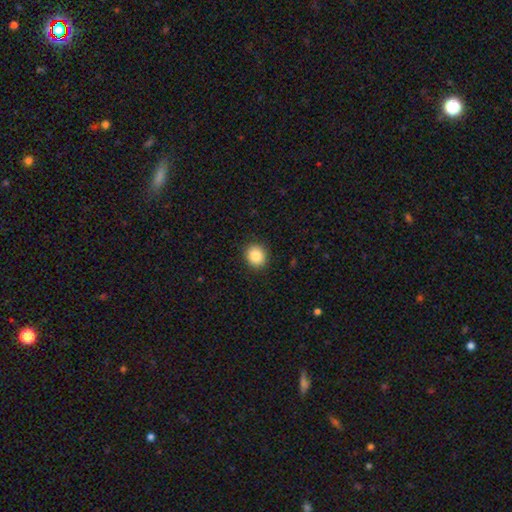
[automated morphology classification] Overall: smooth (85%). How rounded: round (79%). Merging: none (91%).